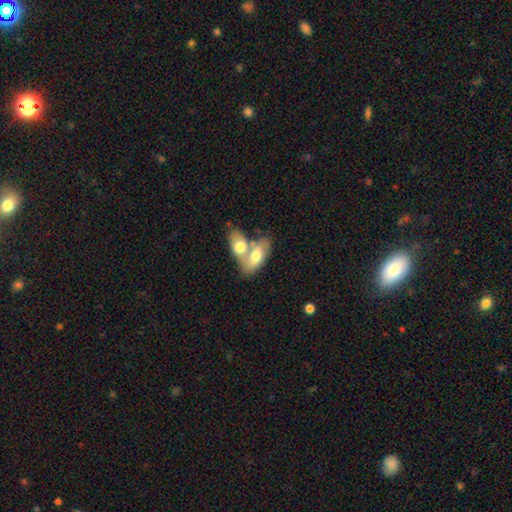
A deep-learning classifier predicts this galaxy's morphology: Overall: smooth (57%; featured or disk 36%). How rounded: in between (83%). Merging: merger (67%).